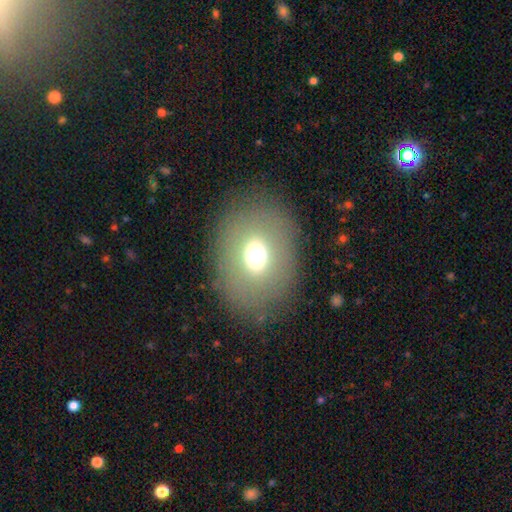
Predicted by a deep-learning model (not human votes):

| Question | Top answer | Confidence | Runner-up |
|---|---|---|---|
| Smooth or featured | smooth | 61% | featured or disk (25%) |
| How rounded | in between | 58% | round (41%) |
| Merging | none | 81% | minor disturbance (10%) |